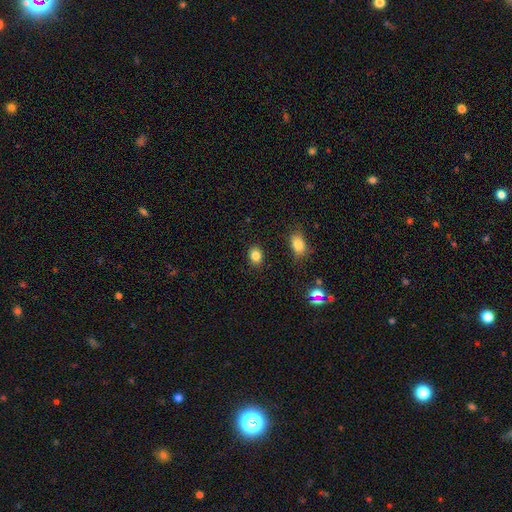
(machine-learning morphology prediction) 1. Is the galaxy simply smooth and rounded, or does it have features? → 84% smooth, 11% star or artifact, 5% featured or disk.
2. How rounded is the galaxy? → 54% in between, 45% round, 1% cigar-shaped.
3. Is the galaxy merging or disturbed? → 87% none, 9% minor disturbance, 3% major disturbance, 2% merger.